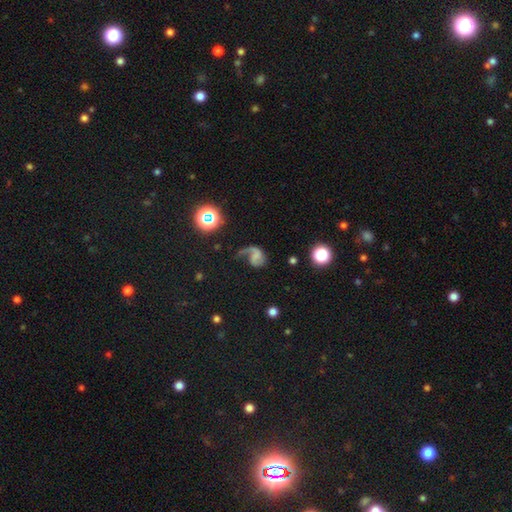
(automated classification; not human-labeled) This is likely a featured or disk galaxy (63%). It is clearly not viewed edge-on (98%). Bar: likely no (60%). Spiral arm pattern: clearly yes (89%). Spiral arm count: likely 1 (60%). Spiral winding: likely loose (65%). Central bulge: likely none (62%). Merging: marginally major disturbance (43%).